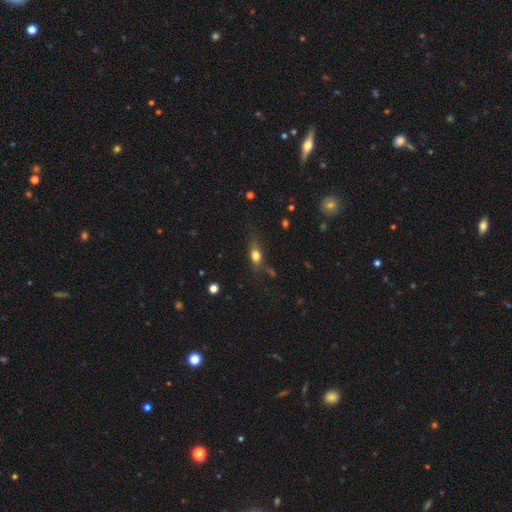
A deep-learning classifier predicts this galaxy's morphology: Smooth or featured: smooth — 71% (featured or disk — 18%)
How rounded: in between — 67% (cigar-shaped — 18%)
Merging: none — 59% (minor disturbance — 25%)